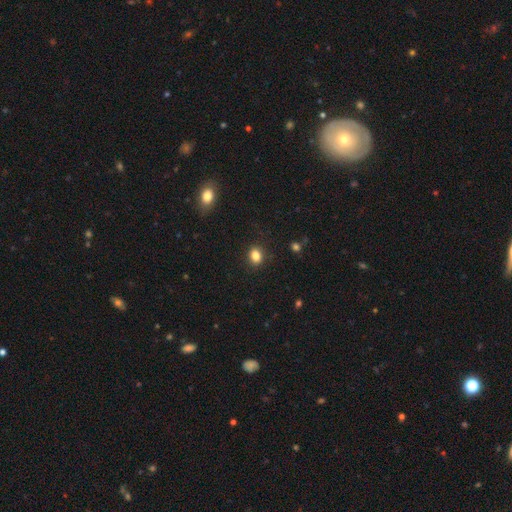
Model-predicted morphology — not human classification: Smooth or featured: smooth — 84% (star or artifact — 11%)
How rounded: in between — 52% (round — 47%)
Merging: none — 87% (minor disturbance — 9%)